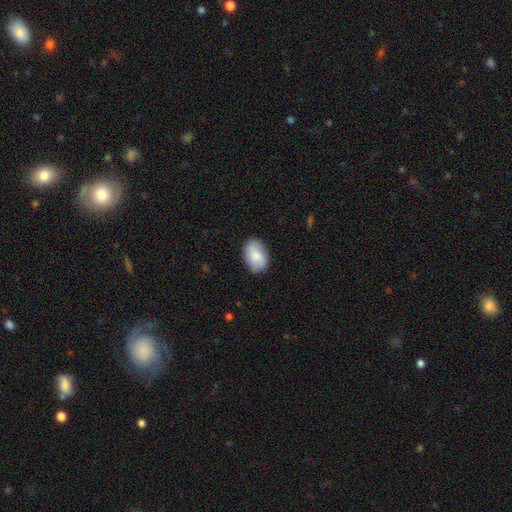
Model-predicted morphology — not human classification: Smooth or featured? smooth (83%)
How rounded? in between (89%)
Merging? none (83%)